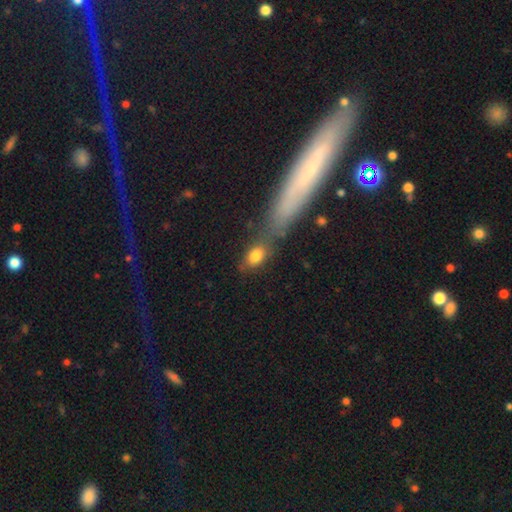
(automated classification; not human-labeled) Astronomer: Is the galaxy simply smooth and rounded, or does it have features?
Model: smooth — 79%.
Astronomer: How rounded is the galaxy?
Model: in between — 74%.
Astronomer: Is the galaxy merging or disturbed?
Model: none — 50% (runner-up: merger, 26%).